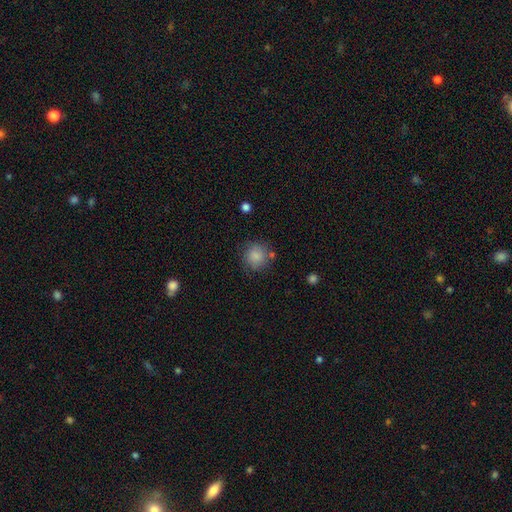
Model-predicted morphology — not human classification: smooth_or_featured: smooth (p=0.85) [alt: star or artifact p=0.09]
how_rounded: round (p=0.90) [alt: in between p=0.09]
merging: none (p=0.76) [alt: minor disturbance p=0.14]